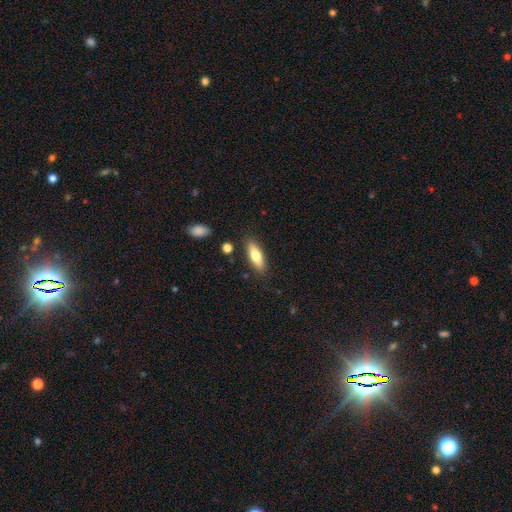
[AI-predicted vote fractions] A smooth galaxy with no disk features (70%) that is in between round and cigar-shaped (60%). Merging: none (84%).